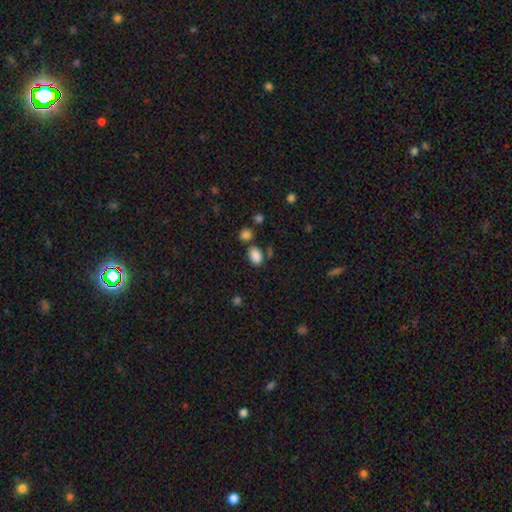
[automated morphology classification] Smooth or featured: smooth — 86% (star or artifact — 10%)
How rounded: in between — 81% (round — 18%)
Merging: none — 70% (minor disturbance — 13%)